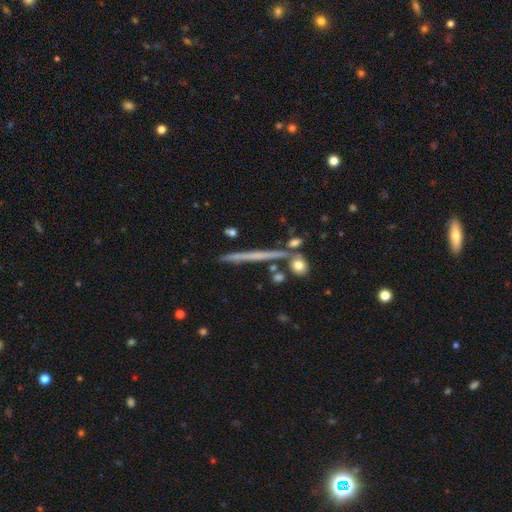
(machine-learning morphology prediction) smooth_or_featured: featured or disk (p=0.57) [alt: smooth p=0.34]
disk_edge_on: yes (p=0.97) [alt: no p=0.03]
edge_on_bulge: none (p=0.83) [alt: rounded p=0.13]
merging: none (p=0.85) [alt: minor disturbance p=0.07]